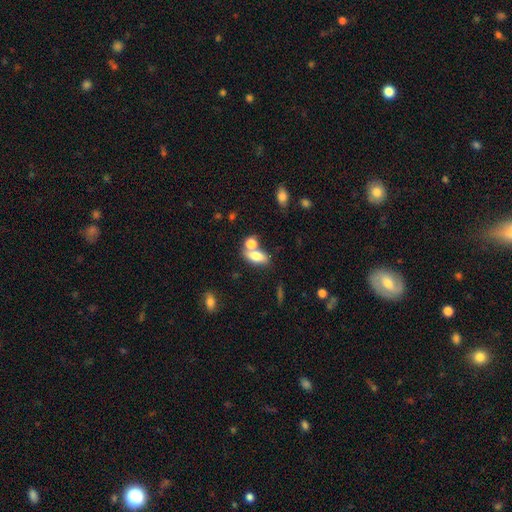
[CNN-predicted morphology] Smooth or featured: smooth — 75% (featured or disk — 15%)
How rounded: in between — 81% (cigar-shaped — 10%)
Merging: none — 45% (merger — 38%)